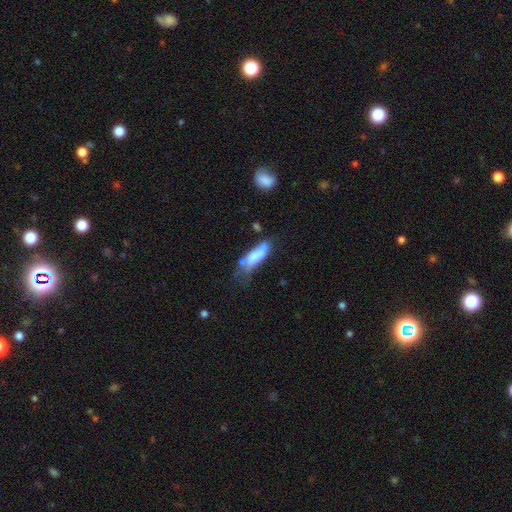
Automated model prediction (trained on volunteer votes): This is likely a smooth galaxy (62%). How rounded: possibly in between (53%). Merging: marginally minor disturbance (27%, tied with none and major disturbance).